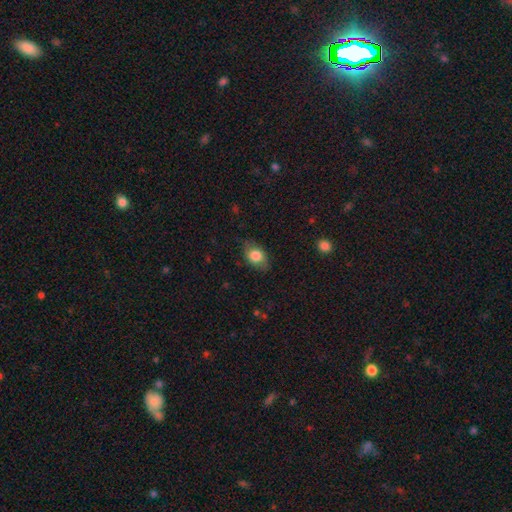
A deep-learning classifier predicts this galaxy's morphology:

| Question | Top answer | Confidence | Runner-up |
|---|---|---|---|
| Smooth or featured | smooth | 78% | featured or disk (15%) |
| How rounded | in between | 82% | round (17%) |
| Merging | none | 78% | minor disturbance (16%) |